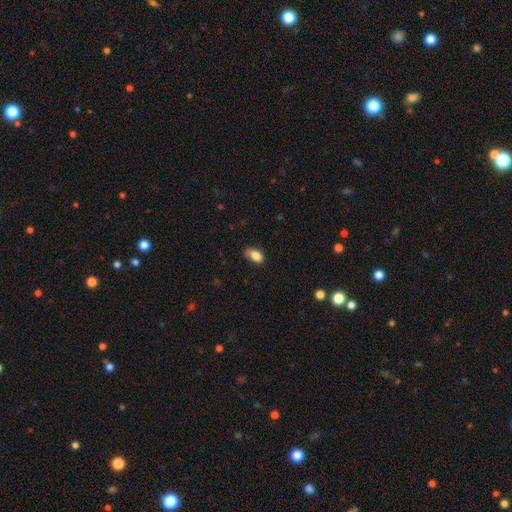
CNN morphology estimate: A smooth galaxy with no disk features (83%) that is in between round and cigar-shaped (91%). Merging: none (62%).